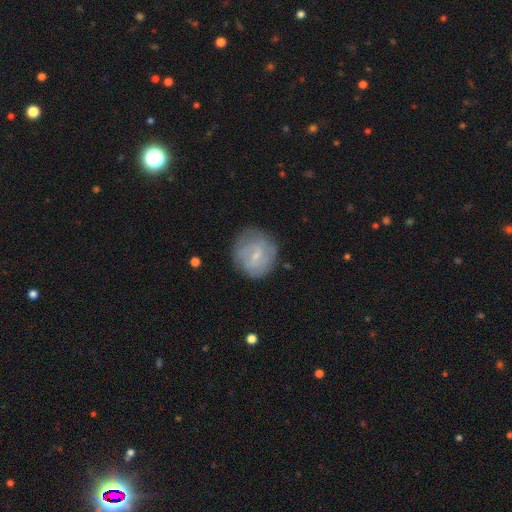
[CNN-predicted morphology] A featured or disk galaxy (59%) with a weak bar (61%), spiral arms (77%) and a small central bulge (68%). Merging: none (74%).